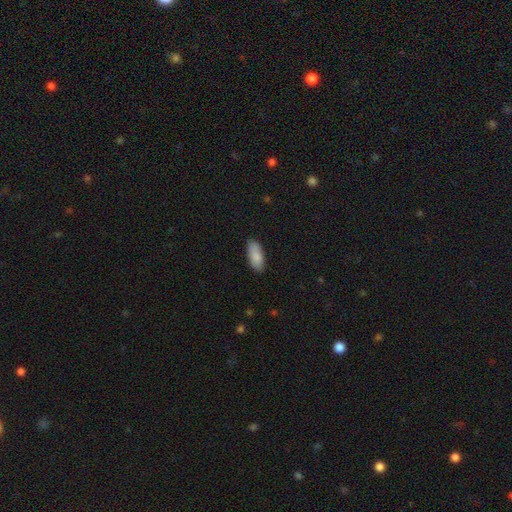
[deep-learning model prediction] Smooth or featured?
  - smooth: 87% *
  - featured or disk: 7%
  - star or artifact: 6%
How rounded?
  - in between: 85% *
  - cigar-shaped: 13%
  - round: 2%
Merging?
  - none: 84% *
  - minor disturbance: 13%
  - major disturbance: 2%
  - merger: 1%